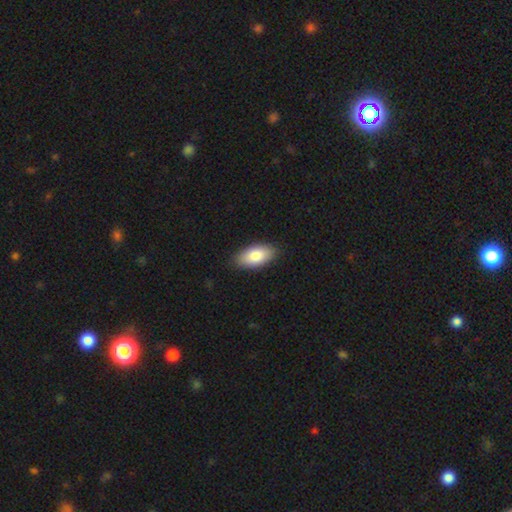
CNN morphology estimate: Overall: smooth (82%). How rounded: in between (94%). Merging: none (87%).